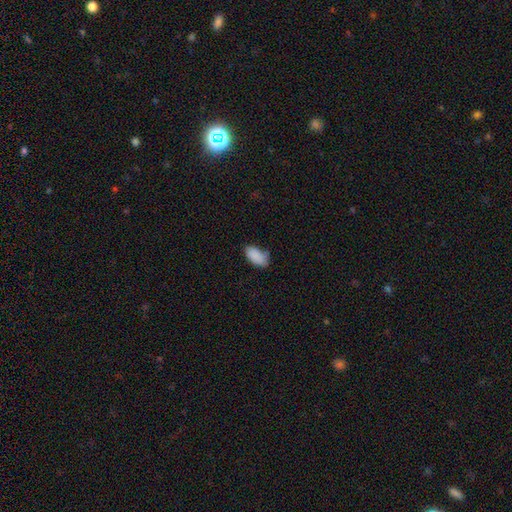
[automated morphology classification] A smooth galaxy with no disk features (88%) that is in between round and cigar-shaped (94%). Merging: none (62%).